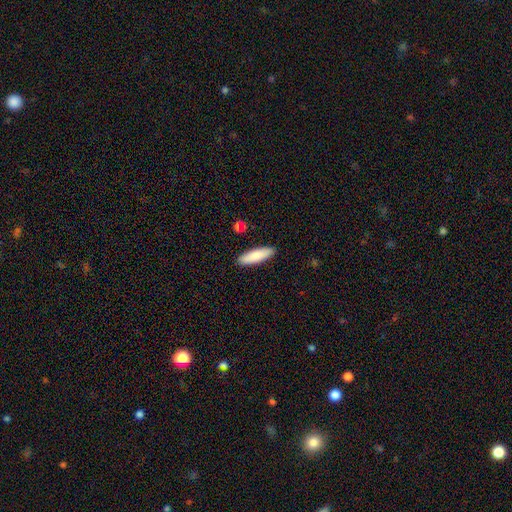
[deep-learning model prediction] This is clearly a smooth galaxy (84%). How rounded: possibly cigar-shaped (59%). Merging: clearly none (89%).